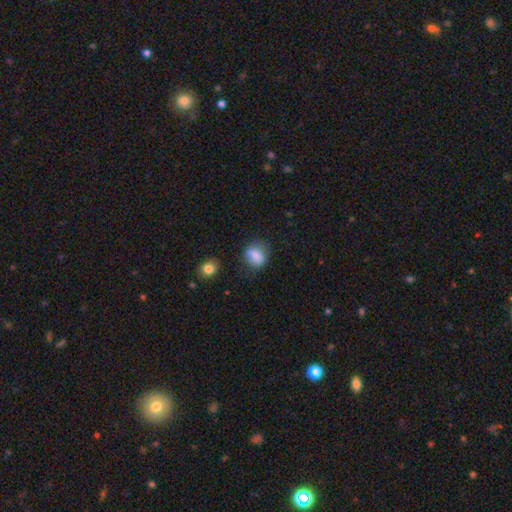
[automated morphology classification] Smooth or featured? Predicted: smooth (p=0.82). How rounded? Predicted: in between (p=0.49, tied with round). Merging? Predicted: none (p=0.66).